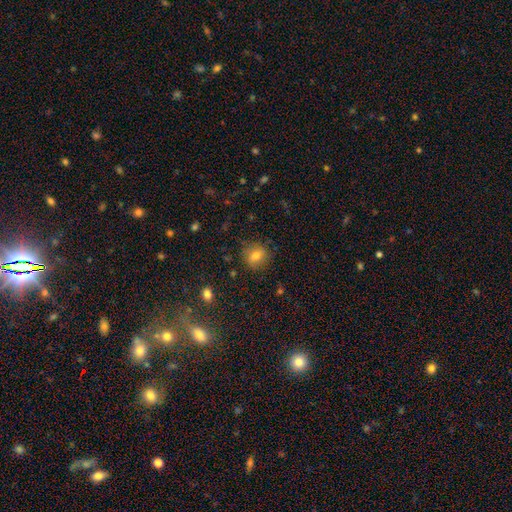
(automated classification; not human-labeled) smooth_or_featured: smooth (p=0.76) [alt: featured or disk p=0.12]
how_rounded: round (p=0.71) [alt: in between p=0.28]
merging: none (p=0.83) [alt: minor disturbance p=0.12]